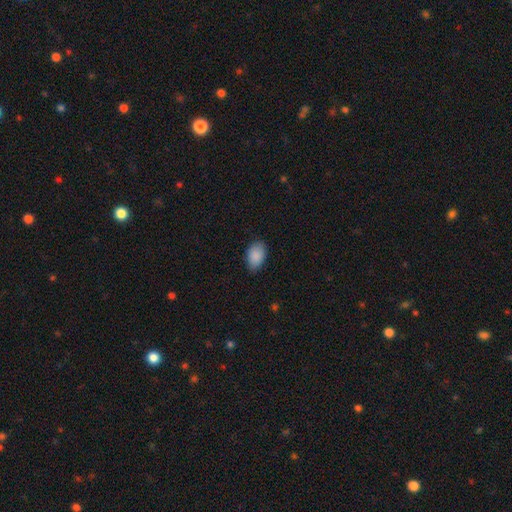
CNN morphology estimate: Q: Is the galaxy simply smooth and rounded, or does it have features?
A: smooth — 89%.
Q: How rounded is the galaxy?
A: in between — 90%.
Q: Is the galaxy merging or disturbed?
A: none — 83%.